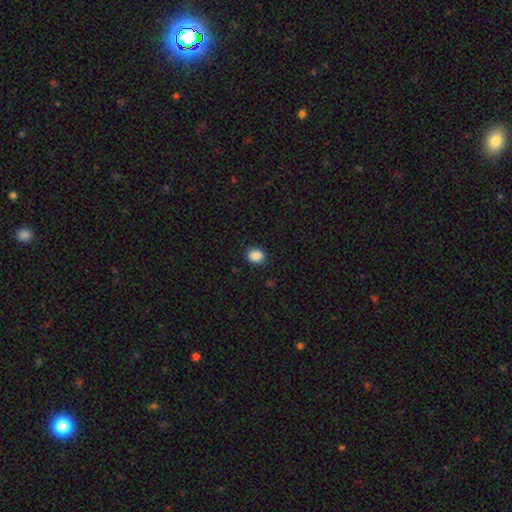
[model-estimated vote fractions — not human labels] Smooth or featured?
  - smooth: 88% *
  - star or artifact: 9%
  - featured or disk: 3%
How rounded?
  - round: 50% *
  - in between: 49%
  - cigar-shaped: 1%
Merging?
  - none: 87% *
  - minor disturbance: 9%
  - major disturbance: 2%
  - merger: 1%